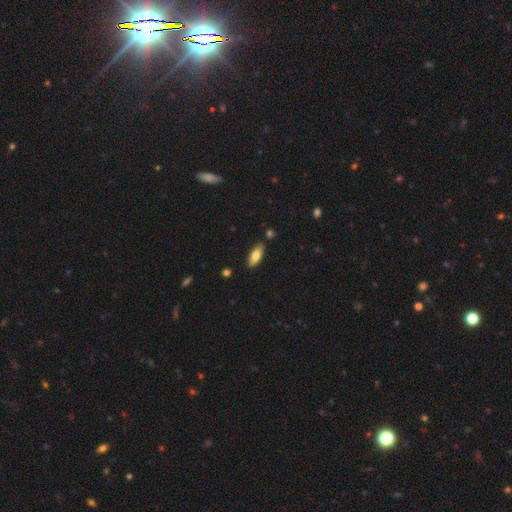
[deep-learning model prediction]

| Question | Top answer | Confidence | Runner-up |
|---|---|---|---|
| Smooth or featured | smooth | 80% | featured or disk (13%) |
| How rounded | in between | 75% | cigar-shaped (23%) |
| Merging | none | 84% | minor disturbance (12%) |